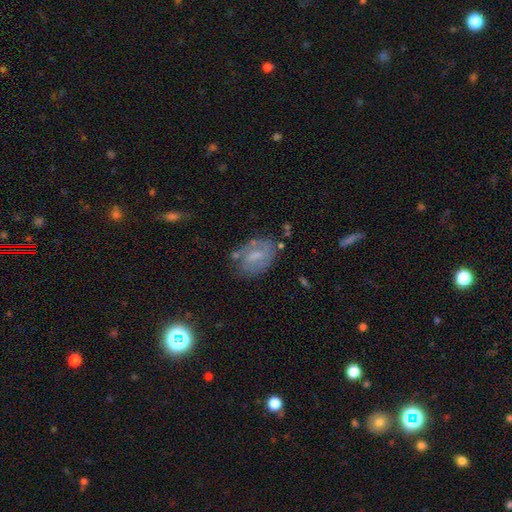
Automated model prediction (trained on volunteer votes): Smooth or featured?
  - featured or disk: 46% *
  - smooth: 45%
  - star or artifact: 10%
Merging?
  - none: 64% *
  - minor disturbance: 22%
  - major disturbance: 9%
  - merger: 5%